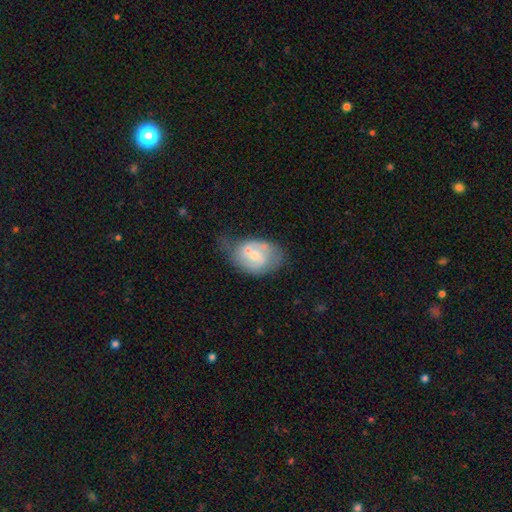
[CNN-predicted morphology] A featured or disk galaxy (62%) with no bar (50%), spiral arms (75%) and a small central bulge (50%).

Vote fractions:
- Smooth or featured? featured or disk: 62% / smooth: 32% / star or artifact: 6%
- Edge-on disk? no: 97% / yes: 3%
- Bar? no: 50% / weak: 42% / strong: 8%
- Spiral arms? yes: 75% / no: 25%
- Bulge size? small: 50% / moderate: 41% / none: 5% / large: 3% / dominant: 1%
- Merging? none: 39% / minor disturbance: 27% / merger: 19% / major disturbance: 15%